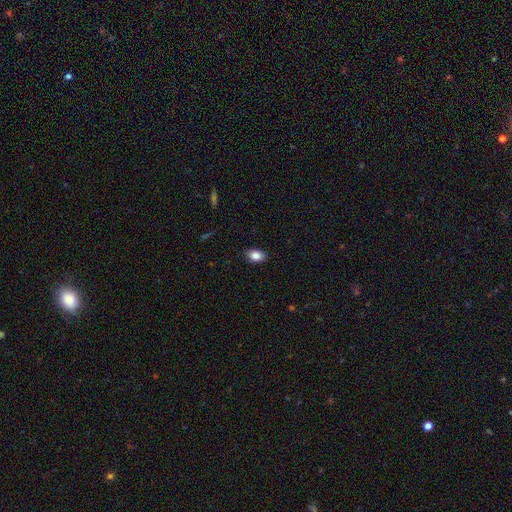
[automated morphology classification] Smooth or featured: smooth — 85% (star or artifact — 9%)
How rounded: in between — 85% (round — 13%)
Merging: none — 89% (minor disturbance — 9%)